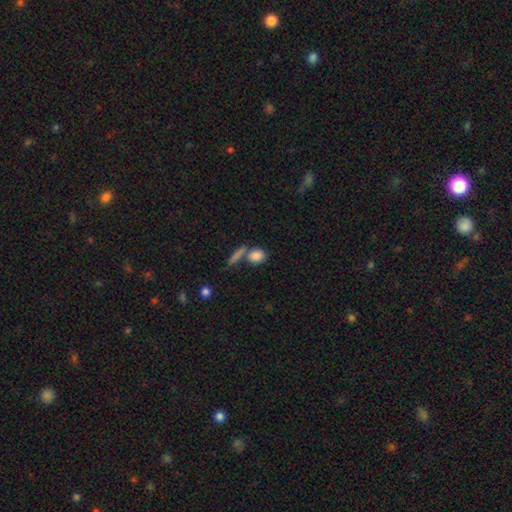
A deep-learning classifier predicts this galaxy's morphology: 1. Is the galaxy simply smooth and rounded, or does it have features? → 84% smooth, 8% star or artifact, 8% featured or disk.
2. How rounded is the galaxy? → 48% in between, 44% round, 8% cigar-shaped.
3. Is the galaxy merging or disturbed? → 57% none, 27% merger, 11% minor disturbance, 5% major disturbance.